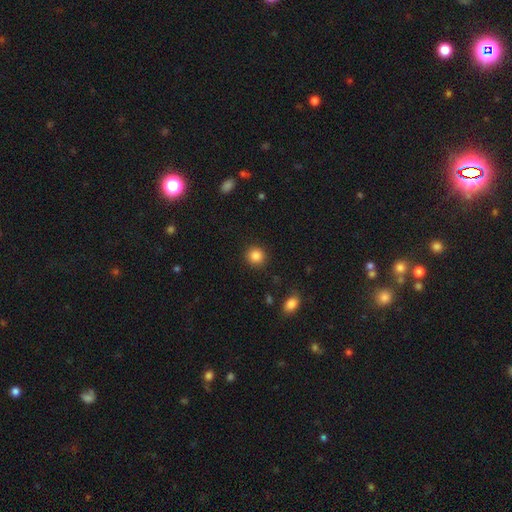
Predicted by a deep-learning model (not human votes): Morphology: type=smooth (86%); roundness=round (91%); merging=none (90%).